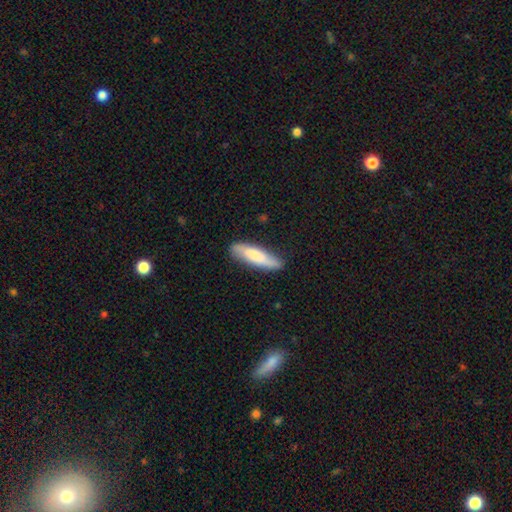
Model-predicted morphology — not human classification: smooth_or_featured: smooth (p=0.69) [alt: featured or disk p=0.26]
how_rounded: cigar-shaped (p=0.73) [alt: in between p=0.25]
merging: none (p=0.81) [alt: minor disturbance p=0.15]